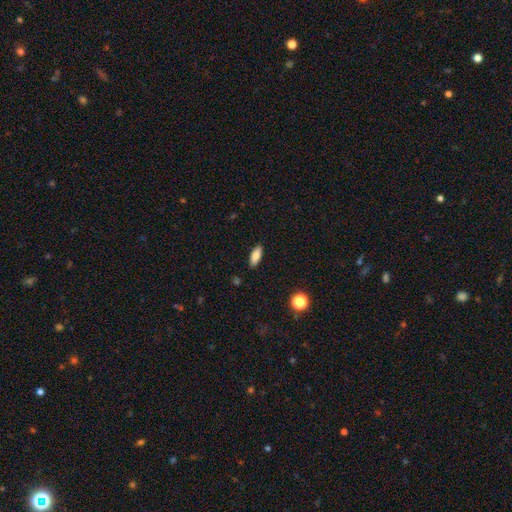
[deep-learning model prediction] Smooth or featured: smooth — 82% (featured or disk — 11%)
How rounded: in between — 76% (cigar-shaped — 22%)
Merging: none — 88% (minor disturbance — 9%)